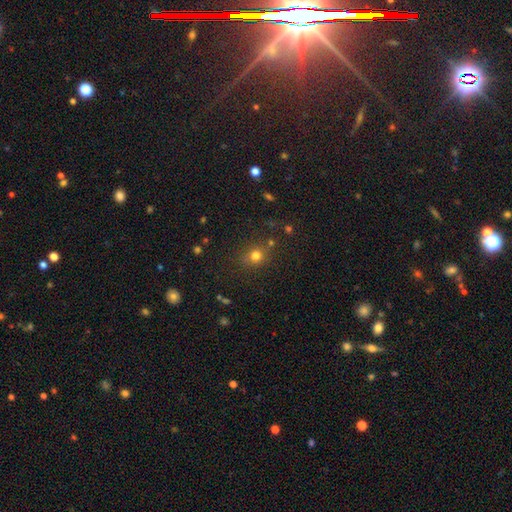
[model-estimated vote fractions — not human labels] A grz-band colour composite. It shows a smooth galaxy with no disk features (76%) that is round (81%). Merging: none (79%).